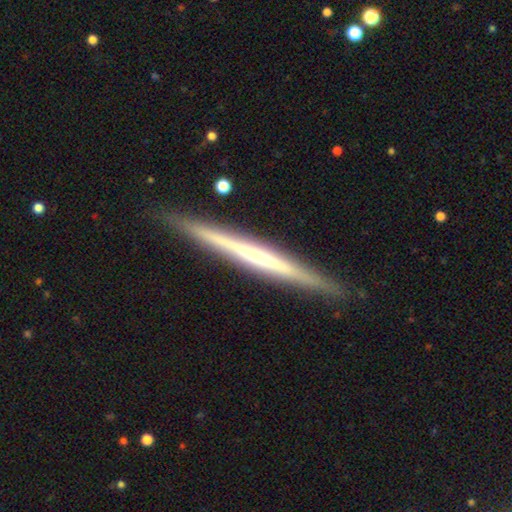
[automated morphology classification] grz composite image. It shows a featured or disk galaxy (69%) viewed edge-on (98%) with no central bulge (75%). Merging: none (89%).